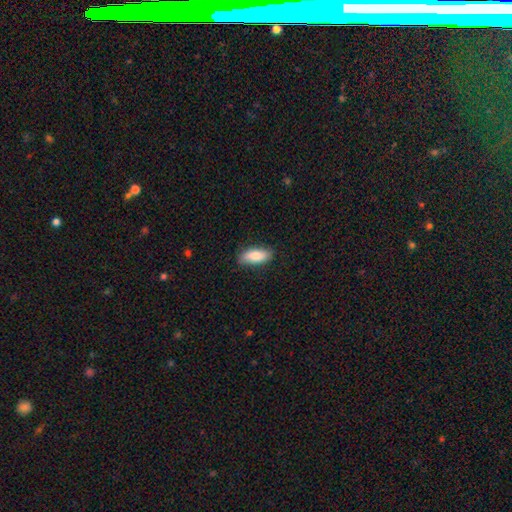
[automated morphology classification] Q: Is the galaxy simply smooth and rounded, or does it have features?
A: smooth — 83%.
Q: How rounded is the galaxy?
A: in between — 80%.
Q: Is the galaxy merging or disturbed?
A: none — 83%.